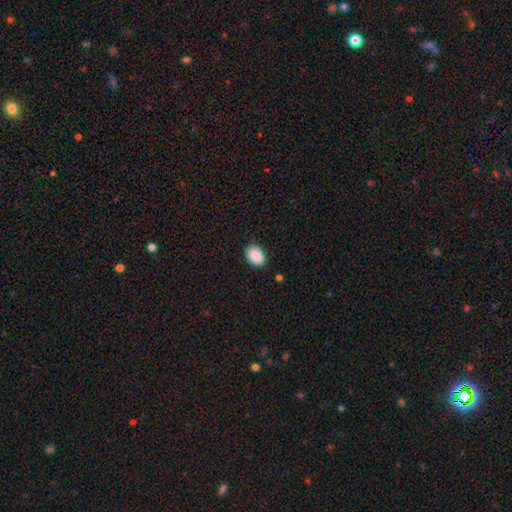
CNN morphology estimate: Q: Smooth or featured?
A: smooth (89%); runner-up: star or artifact (7%)
Q: How rounded?
A: in between (86%); runner-up: round (13%)
Q: Merging?
A: none (87%); runner-up: minor disturbance (10%)